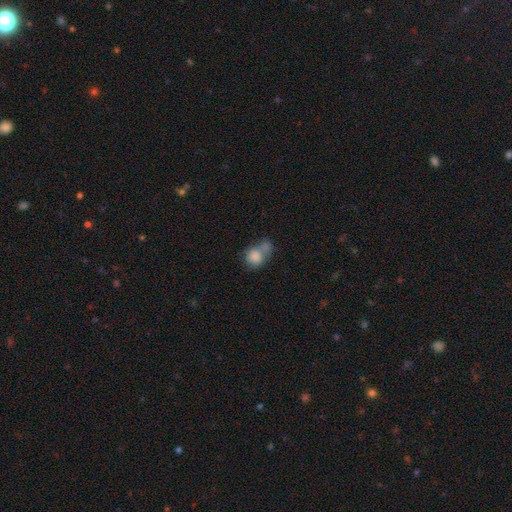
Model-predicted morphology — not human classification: This is likely a smooth galaxy (79%). How rounded: possibly round (54%). Merging: possibly merger (49%).